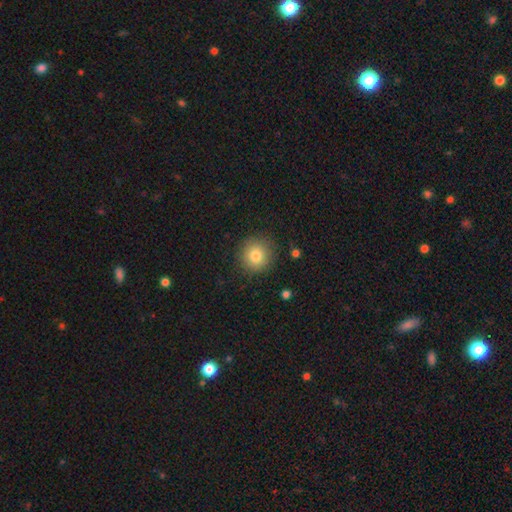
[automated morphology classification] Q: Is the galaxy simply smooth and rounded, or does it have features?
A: smooth — 80%.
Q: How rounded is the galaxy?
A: round — 92%.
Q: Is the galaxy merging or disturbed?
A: none — 87%.